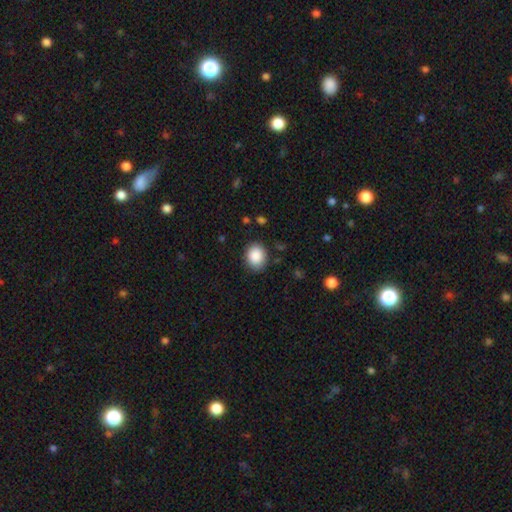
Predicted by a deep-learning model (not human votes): Q: Smooth or featured?
A: smooth (88%); runner-up: star or artifact (8%)
Q: How rounded?
A: round (59%); runner-up: in between (40%)
Q: Merging?
A: none (84%); runner-up: minor disturbance (12%)